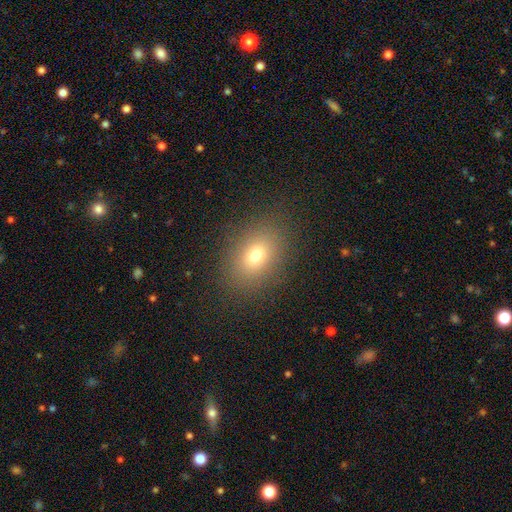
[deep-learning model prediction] smooth 73%, star or artifact 15%, featured or disk 12%. Down the decision tree: how rounded — in between (74%); merging — none (87%).